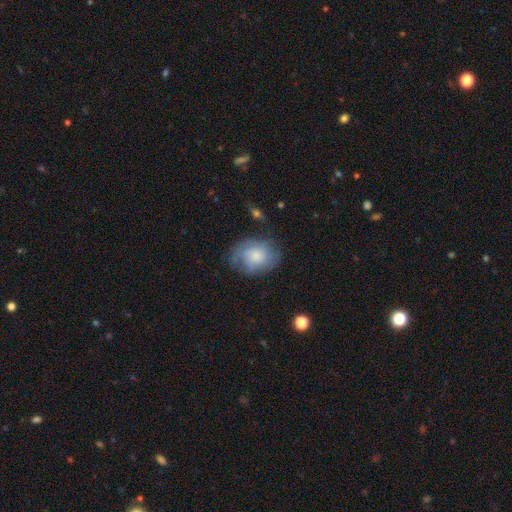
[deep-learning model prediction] Overall: smooth (57%; featured or disk 36%). How rounded: in between (58%; round 41%). Merging: none (56%; minor disturbance 27%).